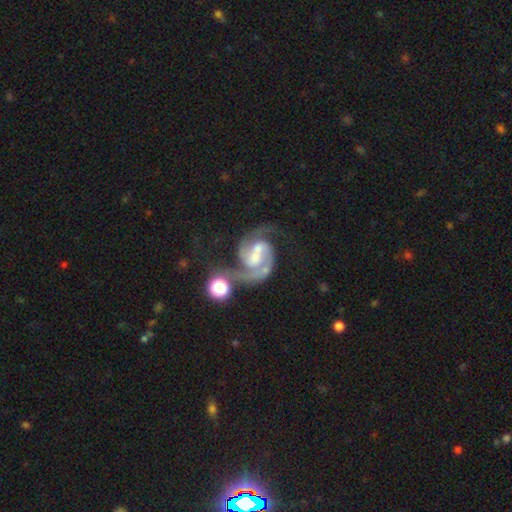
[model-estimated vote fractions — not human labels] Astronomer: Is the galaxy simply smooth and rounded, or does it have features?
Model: featured or disk — 91%.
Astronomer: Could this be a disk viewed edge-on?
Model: no — 98%.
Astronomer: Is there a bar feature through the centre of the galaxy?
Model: weak — 48% (runner-up: strong, 29%).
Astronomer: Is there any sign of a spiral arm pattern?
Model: yes — 98%.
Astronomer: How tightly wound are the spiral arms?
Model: medium — 60%.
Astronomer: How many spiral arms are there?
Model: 2 — 90%.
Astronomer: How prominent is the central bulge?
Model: small — 40% (runner-up: moderate, 32%).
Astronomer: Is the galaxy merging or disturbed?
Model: none — 51%.